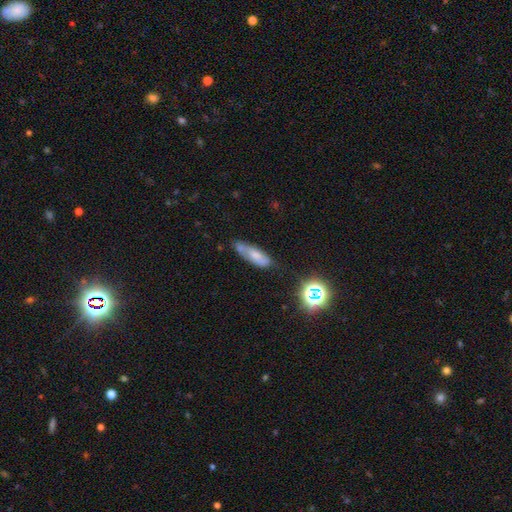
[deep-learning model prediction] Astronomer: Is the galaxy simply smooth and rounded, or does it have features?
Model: smooth — 56% (runner-up: featured or disk, 32%).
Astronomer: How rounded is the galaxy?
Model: in between — 52% (runner-up: cigar-shaped, 45%).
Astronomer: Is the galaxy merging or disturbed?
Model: none — 56%.